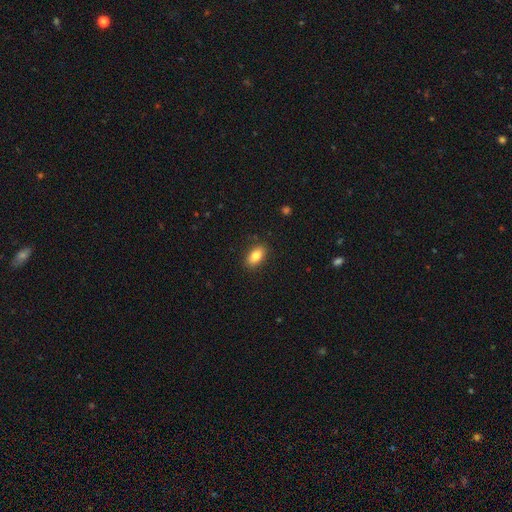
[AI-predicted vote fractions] Smooth or featured: smooth — 83% (featured or disk — 10%)
How rounded: in between — 89% (round — 7%)
Merging: none — 87% (minor disturbance — 9%)